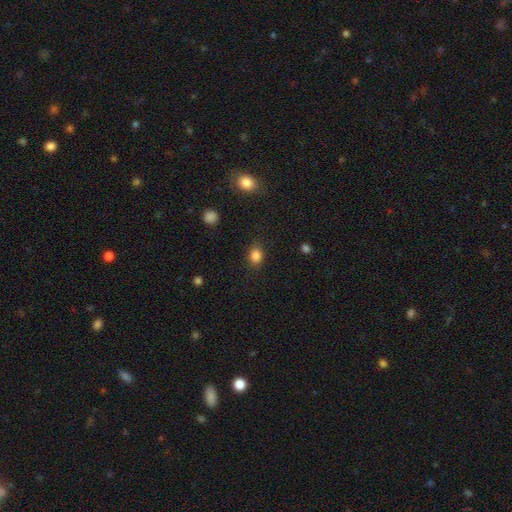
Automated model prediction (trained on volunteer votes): Smooth or featured? Predicted: smooth (p=0.84). How rounded? Predicted: round (p=0.50). Merging? Predicted: none (p=0.83).